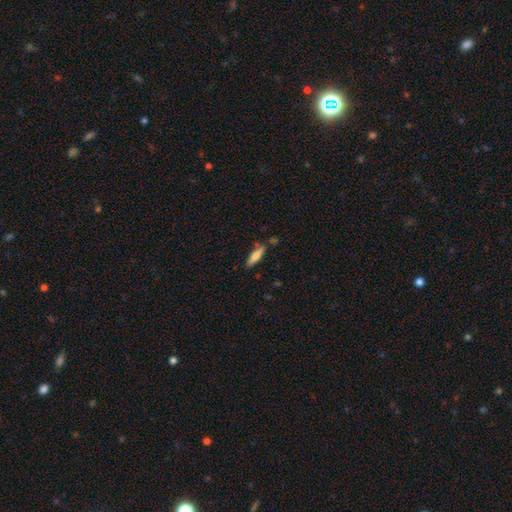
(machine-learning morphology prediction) A smooth galaxy with no disk features (67%) that is cigar-shaped (68%).

Vote fractions:
- Smooth or featured? smooth: 67% / featured or disk: 26% / star or artifact: 6%
- How rounded? cigar-shaped: 68% / in between: 30% / round: 2%
- Merging? none: 76% / minor disturbance: 15% / merger: 6% / major disturbance: 3%